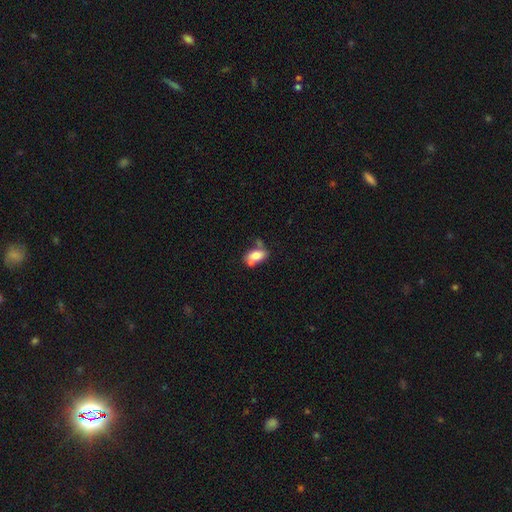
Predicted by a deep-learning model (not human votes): A smooth galaxy with no disk features (70%) that is in between round and cigar-shaped (87%). Merging: none (43%).